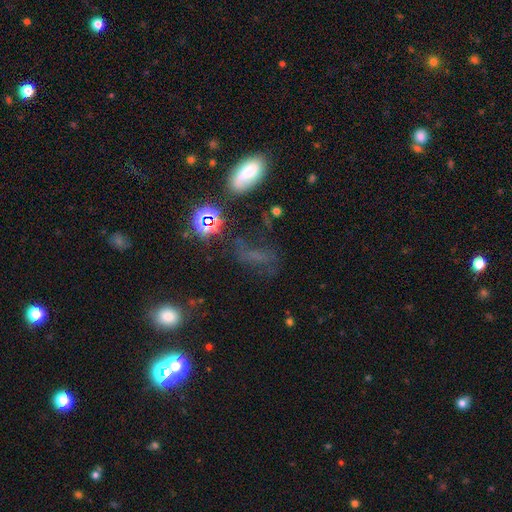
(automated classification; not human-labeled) This is marginally a smooth galaxy (37%). Merging: possibly none (53%).